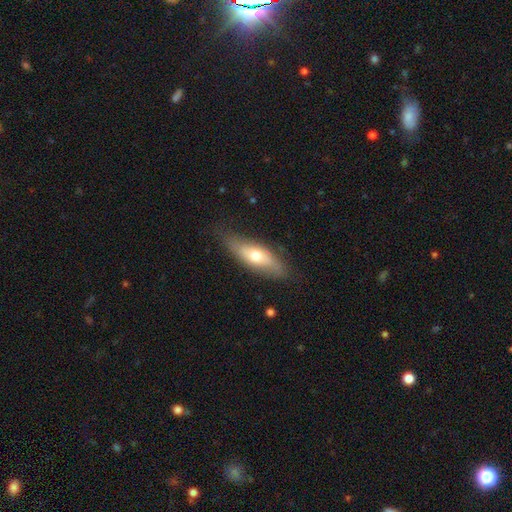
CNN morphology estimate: smooth-or-featured: smooth: 60% | featured or disk: 35% | star or artifact: 6%
  how-rounded: in between: 62% | cigar-shaped: 35% | round: 3%
  merging: none: 76% | minor disturbance: 18% | major disturbance: 4% | merger: 1%